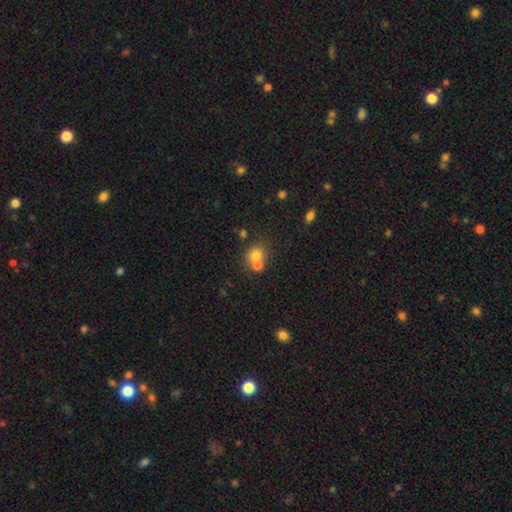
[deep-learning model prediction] Smooth or featured? Predicted: smooth (p=0.73). How rounded? Predicted: round (p=0.76). Merging? Predicted: merger (p=0.48).